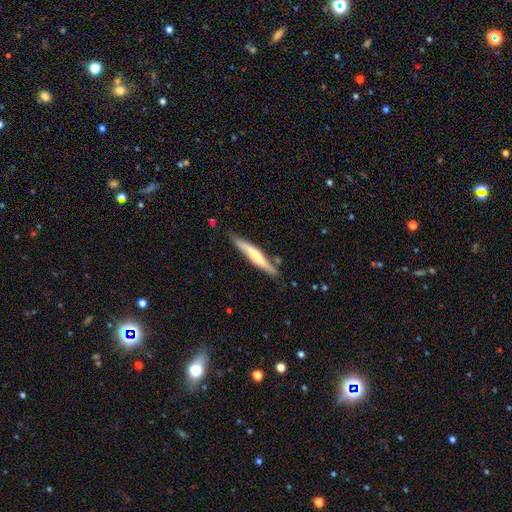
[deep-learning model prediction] Morphology: type=smooth (49%); merging=none (74%).